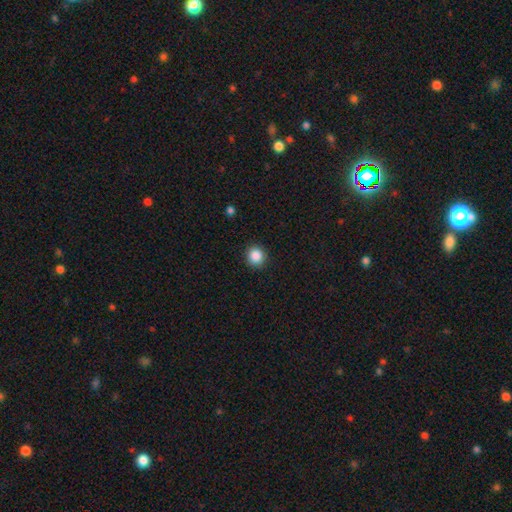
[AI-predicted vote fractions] smooth-or-featured: smooth: 87% | star or artifact: 10% | featured or disk: 3%
  how-rounded: round: 90% | in between: 9% | cigar-shaped: 1%
  merging: none: 91% | minor disturbance: 6% | major disturbance: 2% | merger: 1%